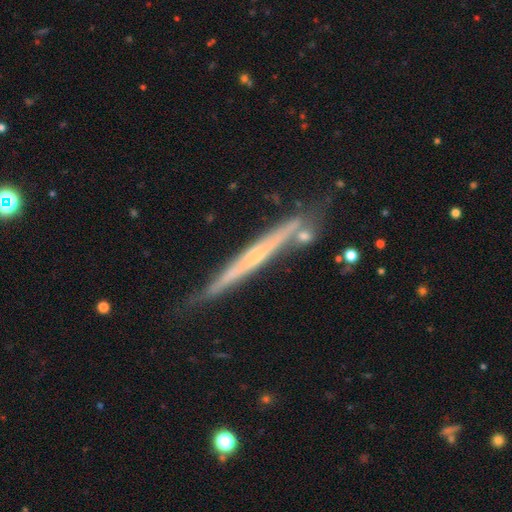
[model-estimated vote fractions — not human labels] This appears to be a featured or disk galaxy (68%) viewed edge-on (95%) with no central bulge (66%). Merging: none (73%).